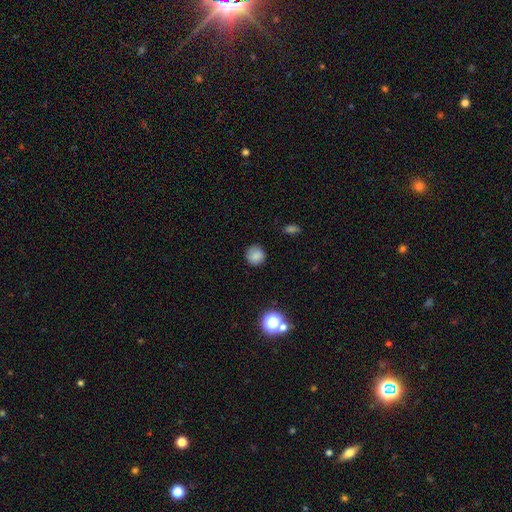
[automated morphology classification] The model was most divided on "smooth or featured": smooth: 84%, star or artifact: 12%, featured or disk: 4%. More confident: how rounded — round (92%); merging — none (88%).